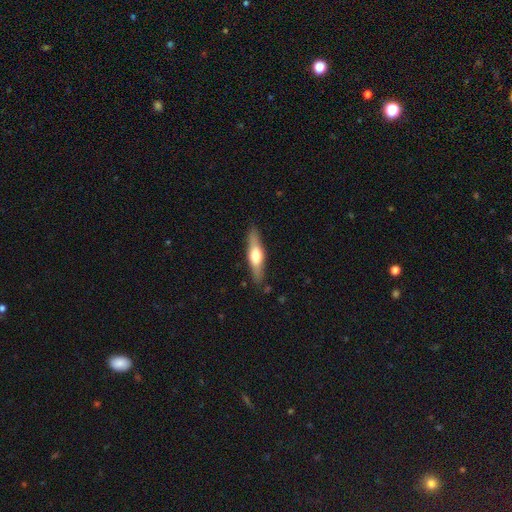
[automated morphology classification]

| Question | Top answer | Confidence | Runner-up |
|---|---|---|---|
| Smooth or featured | featured or disk | 51% | smooth (44%) |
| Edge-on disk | yes | 91% | no (9%) |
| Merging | none | 85% | minor disturbance (11%) |